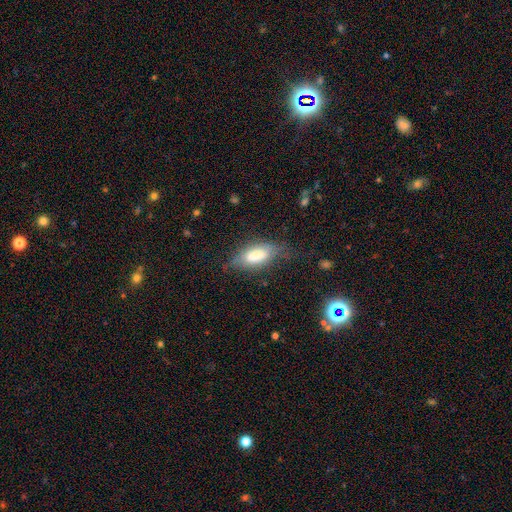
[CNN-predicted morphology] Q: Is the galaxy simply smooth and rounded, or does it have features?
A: smooth — 70%.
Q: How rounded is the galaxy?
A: in between — 80%.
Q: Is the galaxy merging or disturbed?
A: none — 54%.